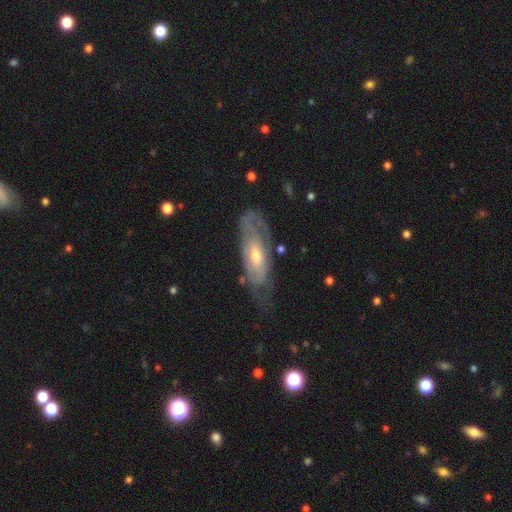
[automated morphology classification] Smooth or featured? featured or disk (68%)
Edge-on disk? no (82%)
Bar? no (68%)
Spiral arms? yes (71%)
Bulge size? moderate (61%)
Merging? none (53%)